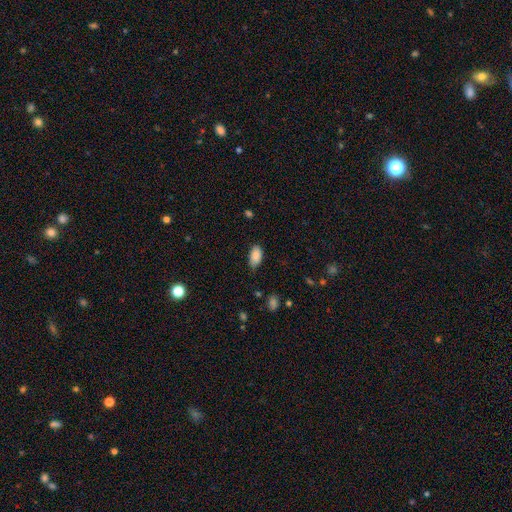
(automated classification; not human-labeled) Overall: smooth (86%). How rounded: in between (94%). Merging: none (74%).